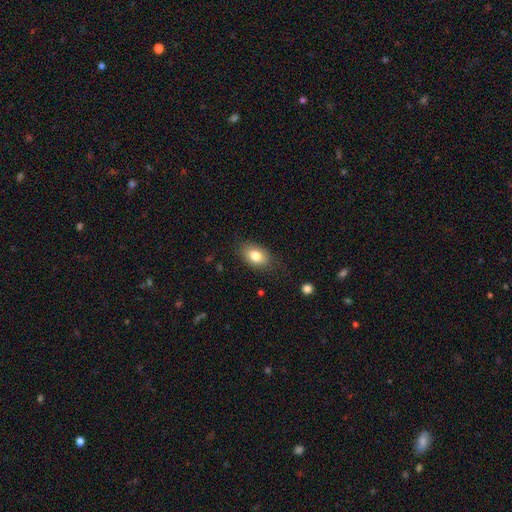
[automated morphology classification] smooth_or_featured: smooth (p=0.79) [alt: featured or disk p=0.12]
how_rounded: in between (p=0.83) [alt: round p=0.15]
merging: none (p=0.80) [alt: minor disturbance p=0.15]